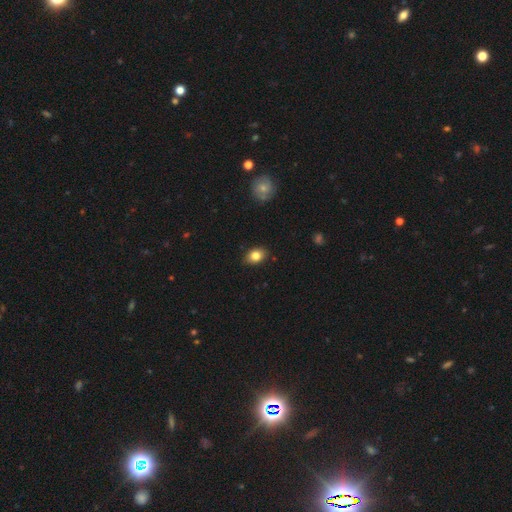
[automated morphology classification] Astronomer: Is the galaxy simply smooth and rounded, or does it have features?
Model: smooth — 82%.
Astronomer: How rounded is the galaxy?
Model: in between — 73%.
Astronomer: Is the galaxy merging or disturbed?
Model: none — 86%.